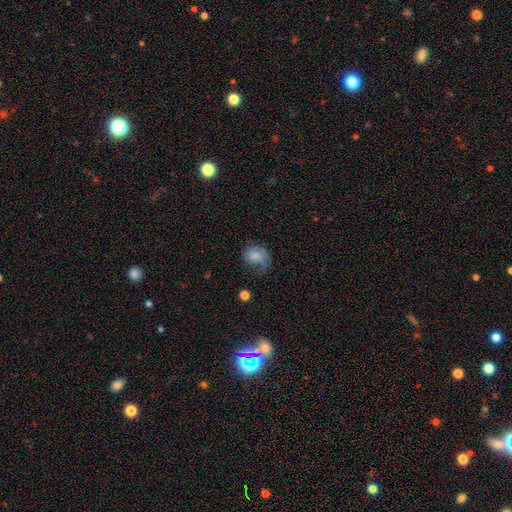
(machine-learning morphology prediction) A smooth galaxy with no disk features (57%) that is in between round and cigar-shaped (49%, tied with round).

Vote fractions:
- Smooth or featured? smooth: 57% / featured or disk: 34% / star or artifact: 9%
- How rounded? in between: 49% (tied) / round: 49% (tied) / cigar-shaped: 1%
- Merging? none: 35% / major disturbance: 34% / minor disturbance: 28% / merger: 3%